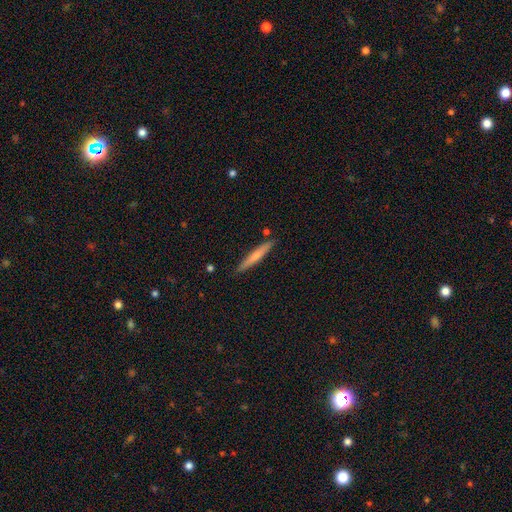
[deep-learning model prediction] Overall: smooth (59%; featured or disk 35%). How rounded: cigar-shaped (95%). Merging: none (87%).